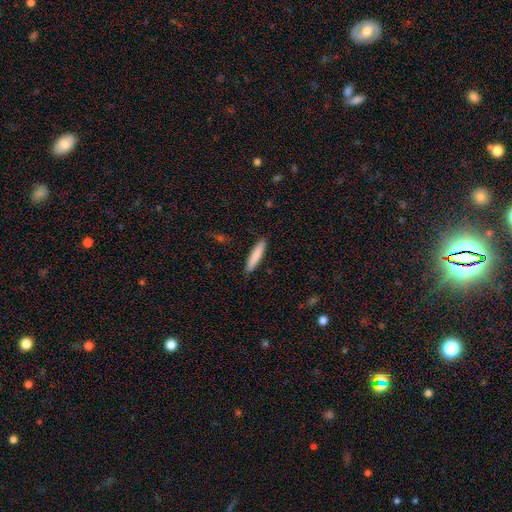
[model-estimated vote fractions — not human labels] This is clearly a smooth galaxy (82%). How rounded: clearly cigar-shaped (88%). Merging: clearly none (90%).